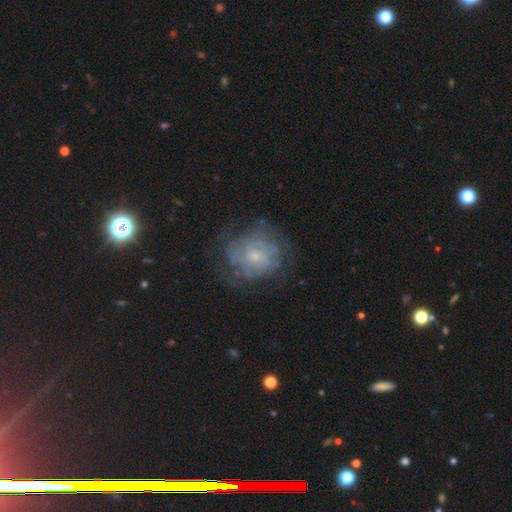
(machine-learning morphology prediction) Smooth or featured? featured or disk (59%)
Edge-on disk? no (97%)
Bar? no (78%)
Spiral arms? yes (58%)
Bulge size? small (61%)
Merging? none (63%)